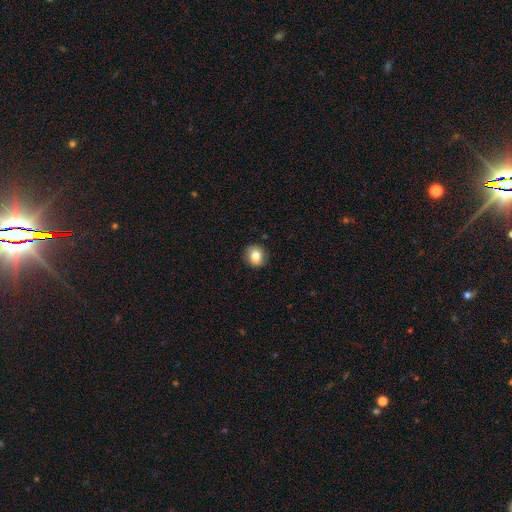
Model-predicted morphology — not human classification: type=smooth (79%); roundness=round (81%); merging=none (87%).